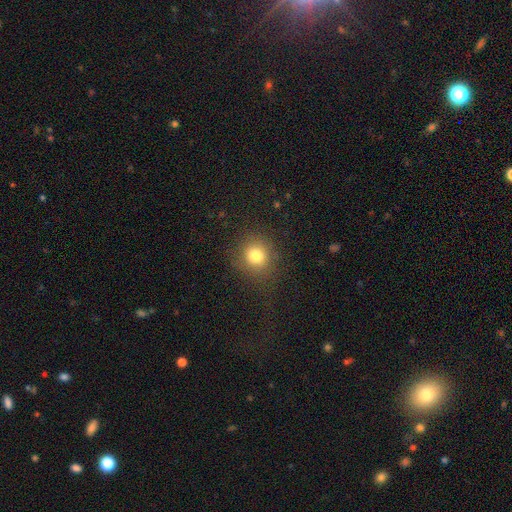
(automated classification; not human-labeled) Overall: smooth (79%). How rounded: round (85%). Merging: none (84%).